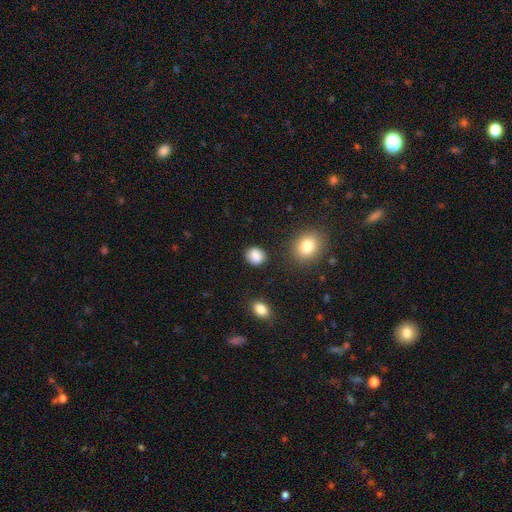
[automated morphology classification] A smooth galaxy with no disk features (86%) that is round (62%). Merging: none (81%).